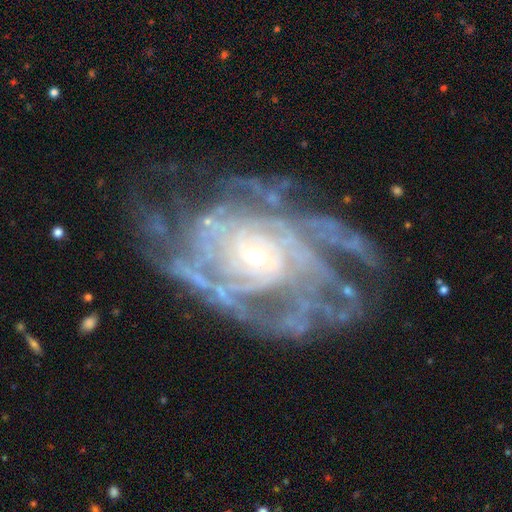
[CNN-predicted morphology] A featured or disk galaxy (88%) with no bar (70%), tight (66%) spiral arms (93%) and a small central bulge (74%).

Vote fractions:
- Smooth or featured? featured or disk: 88% / star or artifact: 6% / smooth: 5%
- Edge-on disk? no: 96% / yes: 4%
- Bar? no: 70% / weak: 23% / strong: 8%
- Spiral arms? yes: 93% / no: 7%
- Spiral winding? tight: 66% / medium: 27% / loose: 8%
- Spiral arm count? can't tell: 38% / 4: 16% / more than 4: 16% / 2: 12% / 3: 12% / 1: 7%
- Bulge size? small: 74% / moderate: 21% / large: 2% / none: 2% / dominant: 1%
- Merging? none: 58% / minor disturbance: 20% / major disturbance: 19% / merger: 2%